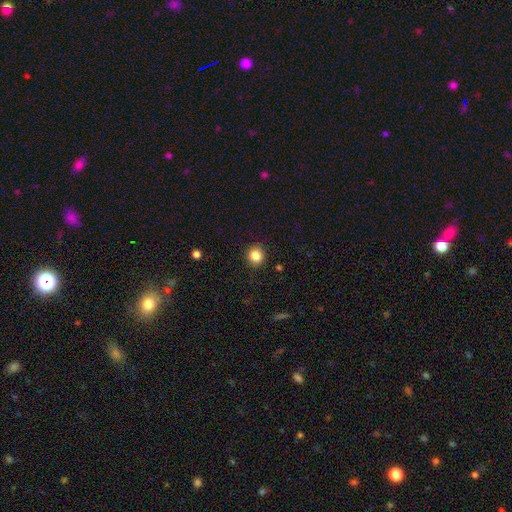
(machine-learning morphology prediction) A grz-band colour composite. It shows a smooth galaxy with no disk features (85%) that is round (86%). Merging: none (90%).